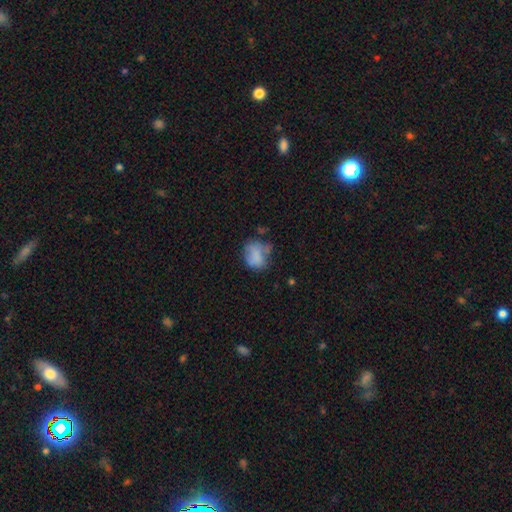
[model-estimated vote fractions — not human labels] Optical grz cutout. It shows a smooth galaxy with no disk features (69%) that is round (52%). Merging: none (42%).